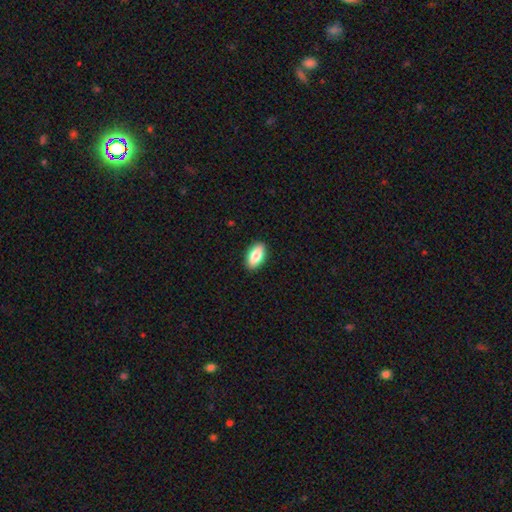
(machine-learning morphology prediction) Smooth or featured? Predicted: smooth (p=0.83). How rounded? Predicted: in between (p=0.91). Merging? Predicted: none (p=0.91).